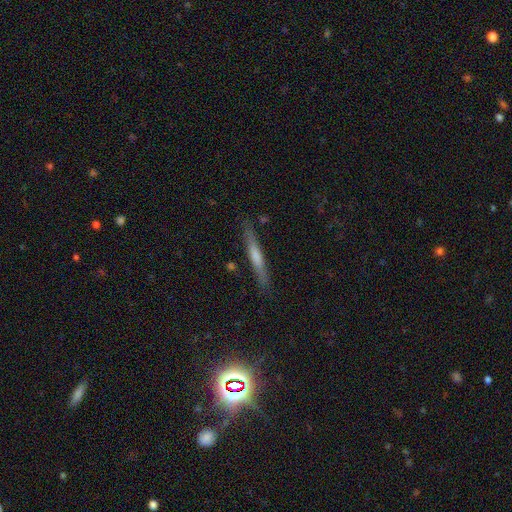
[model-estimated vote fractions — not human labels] Smooth or featured?
  - featured or disk: 51% *
  - smooth: 41%
  - star or artifact: 8%
Edge-on disk?
  - yes: 96% *
  - no: 4%
Merging?
  - none: 88% *
  - minor disturbance: 9%
  - major disturbance: 2%
  - merger: 2%